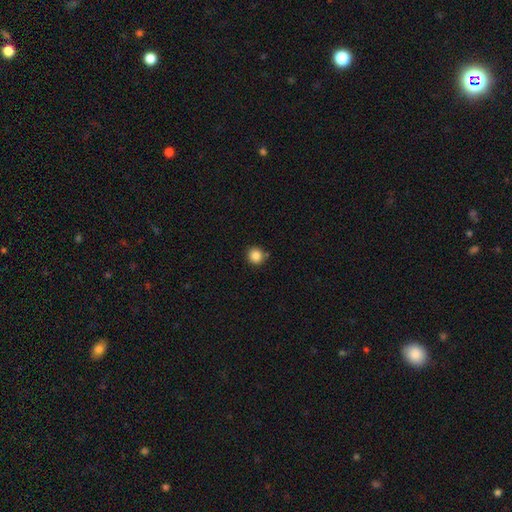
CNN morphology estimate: smooth-or-featured: smooth: 86% | star or artifact: 10% | featured or disk: 4%
  how-rounded: round: 93% | in between: 6% | cigar-shaped: 1%
  merging: none: 84% | minor disturbance: 9% | merger: 5% | major disturbance: 2%